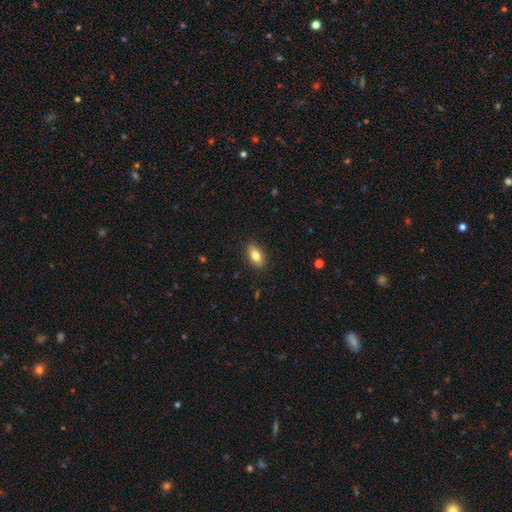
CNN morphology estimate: A smooth galaxy with no disk features (81%) that is in between round and cigar-shaped (89%). Merging: none (89%).